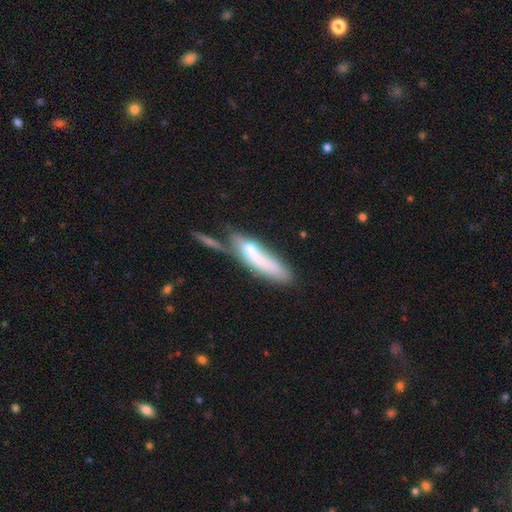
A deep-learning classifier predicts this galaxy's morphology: The model was most divided on "merging": merger: 31%, none: 27%, major disturbance: 21%, minor disturbance: 21%. More confident: how rounded — cigar-shaped (66%); smooth or featured — smooth (59%).